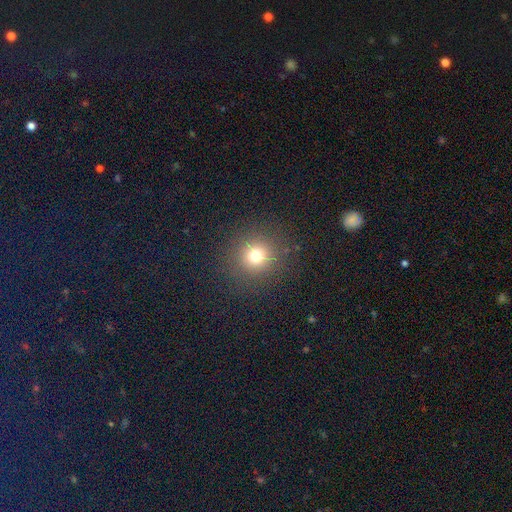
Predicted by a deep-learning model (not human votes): smooth 72%, star or artifact 19%, featured or disk 8%. Down the decision tree: how rounded — round (93%); merging — none (89%).